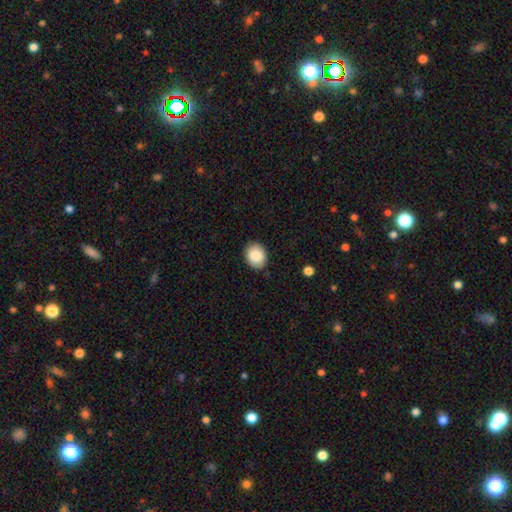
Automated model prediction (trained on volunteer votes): This is clearly a smooth galaxy (86%). How rounded: possibly in between (55%). Merging: clearly none (87%).